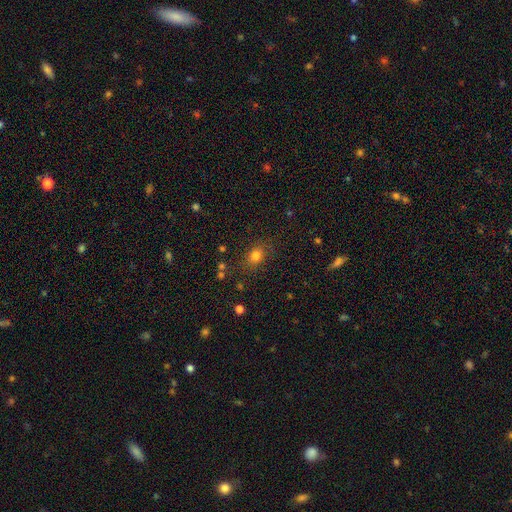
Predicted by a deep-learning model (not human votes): Overall: smooth (78%). How rounded: round (53%; in between 45%). Merging: none (81%).